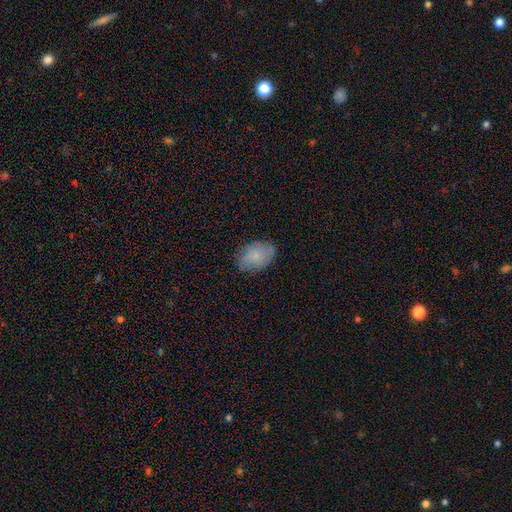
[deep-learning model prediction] Smooth or featured? smooth (74%)
How rounded? in between (85%)
Merging? none (79%)